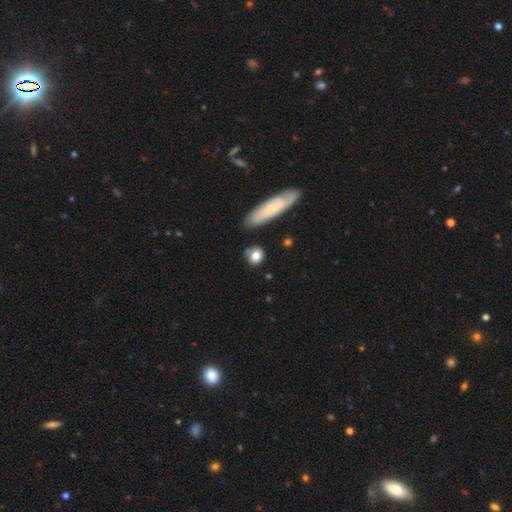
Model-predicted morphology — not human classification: Smooth or featured?
  - smooth: 78% *
  - featured or disk: 13%
  - star or artifact: 8%
How rounded?
  - round: 66% *
  - in between: 29%
  - cigar-shaped: 5%
Merging?
  - none: 71% *
  - minor disturbance: 16%
  - merger: 9%
  - major disturbance: 5%